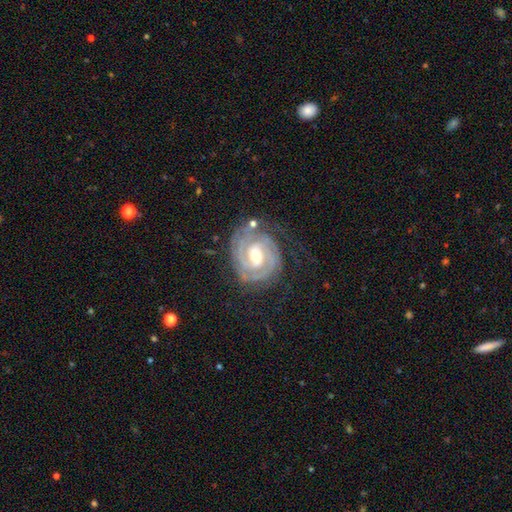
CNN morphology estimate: type=featured or disk (91%); edge-on=no (97%); bar=weak (51%); spiral arms=yes (98%); winding=tight (81%); arm count=2 (55%); bulge=moderate (63%); merging=none (71%).